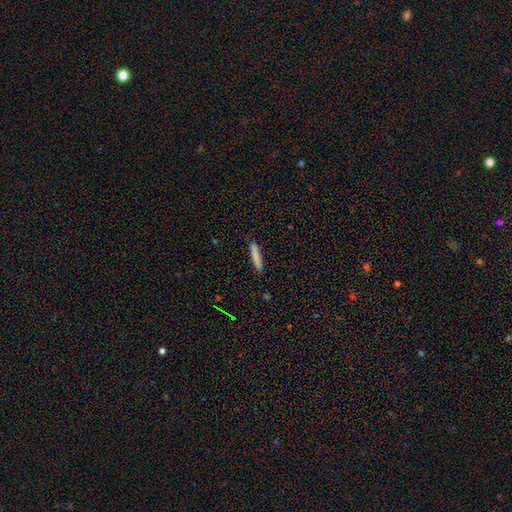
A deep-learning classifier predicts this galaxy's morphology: smooth_or_featured: smooth (p=0.83) [alt: featured or disk p=0.11]
how_rounded: cigar-shaped (p=0.92) [alt: in between p=0.07]
merging: none (p=0.88) [alt: minor disturbance p=0.09]